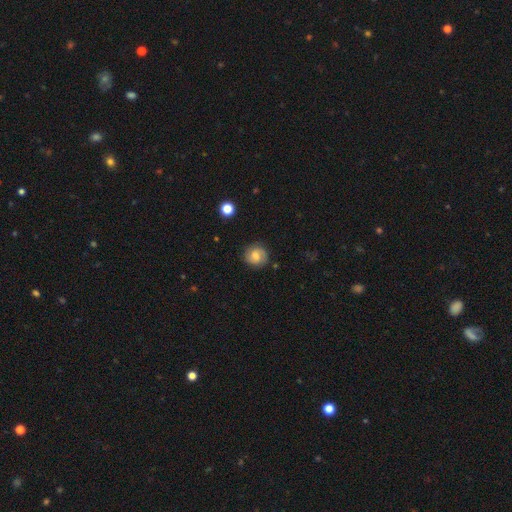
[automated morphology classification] A featured or disk galaxy (51%) with a weak bar (48%), spiral arms (91%) and a moderate central bulge (44%). Merging: none (82%).